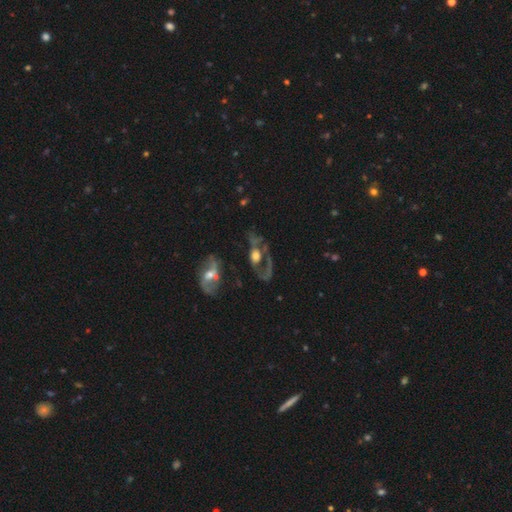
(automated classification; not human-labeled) Smooth or featured? Predicted: featured or disk (p=0.67). Edge-on disk? Predicted: no (p=0.87). Bar? Predicted: no (p=0.78). Spiral arms? Predicted: no (p=0.52). Bulge size? Predicted: moderate (p=0.43). Merging? Predicted: major disturbance (p=0.40).